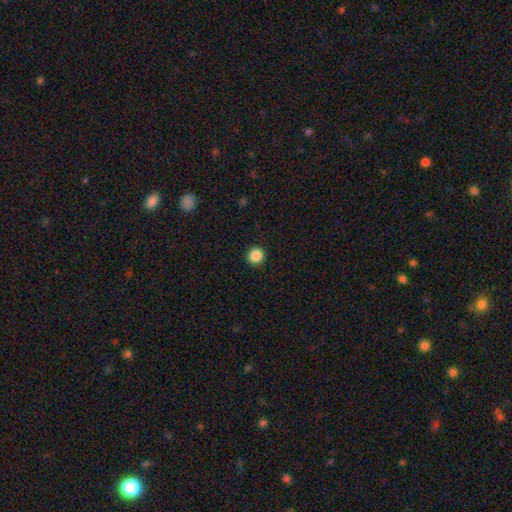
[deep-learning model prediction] smooth_or_featured: smooth (p=0.87) [alt: star or artifact p=0.10]
how_rounded: round (p=0.95) [alt: in between p=0.04]
merging: none (p=0.93) [alt: minor disturbance p=0.04]